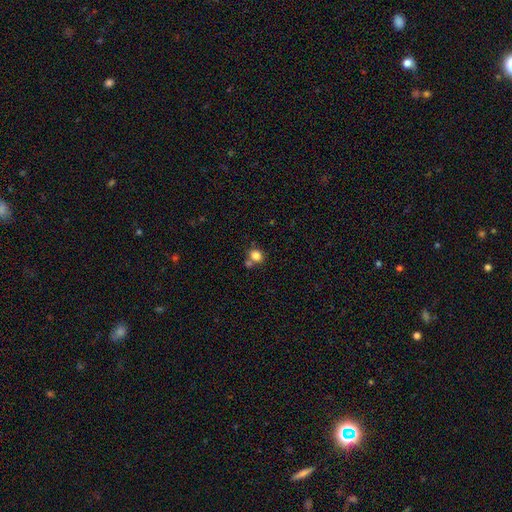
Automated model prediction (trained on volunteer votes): smooth_or_featured: smooth (p=0.83) [alt: star or artifact p=0.11]
how_rounded: round (p=0.66) [alt: in between p=0.33]
merging: none (p=0.58) [alt: merger p=0.26]